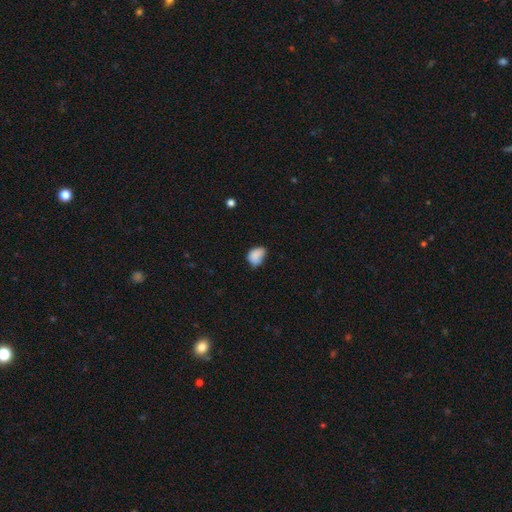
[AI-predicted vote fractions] Smooth or featured? smooth (85%)
How rounded? in between (72%)
Merging? none (48%)